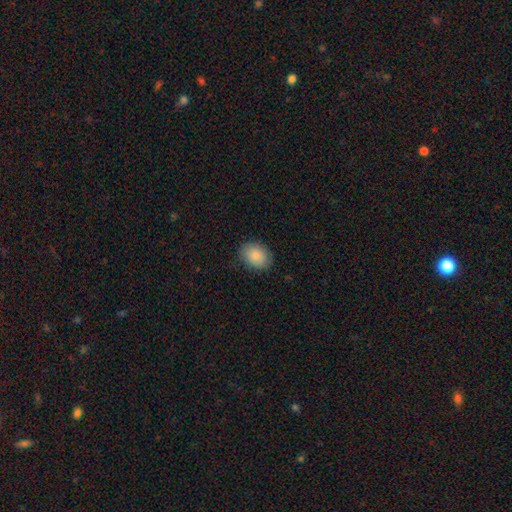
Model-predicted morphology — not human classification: smooth_or_featured: smooth (p=0.87) [alt: star or artifact p=0.07]
how_rounded: in between (p=0.64) [alt: round p=0.35]
merging: none (p=0.85) [alt: minor disturbance p=0.11]